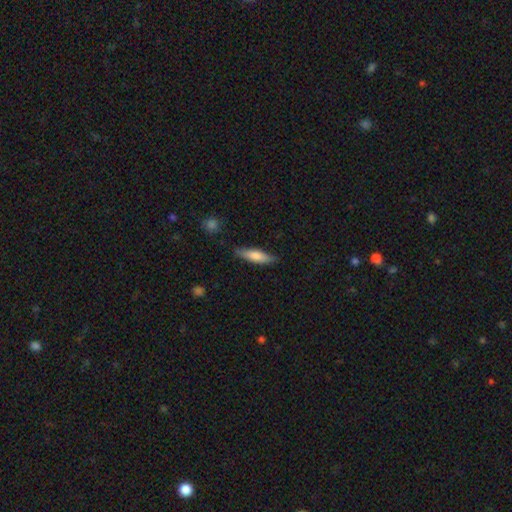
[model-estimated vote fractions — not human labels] A smooth galaxy with no disk features (73%) that is cigar-shaped (67%). Merging: none (82%).